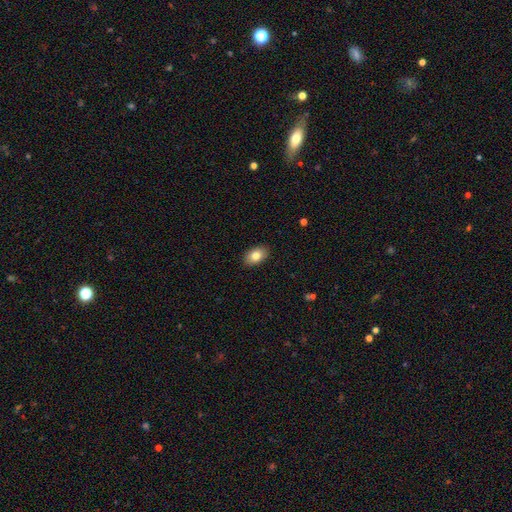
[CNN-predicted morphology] Smooth or featured? Predicted: smooth (p=0.81). How rounded? Predicted: in between (p=0.87). Merging? Predicted: none (p=0.89).